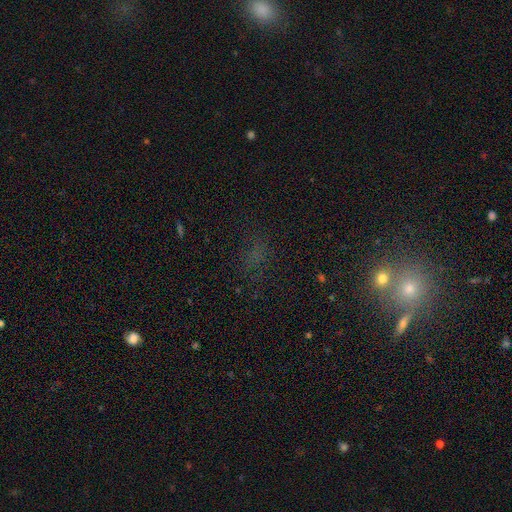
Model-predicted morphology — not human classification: Smooth or featured? star or artifact (47%)